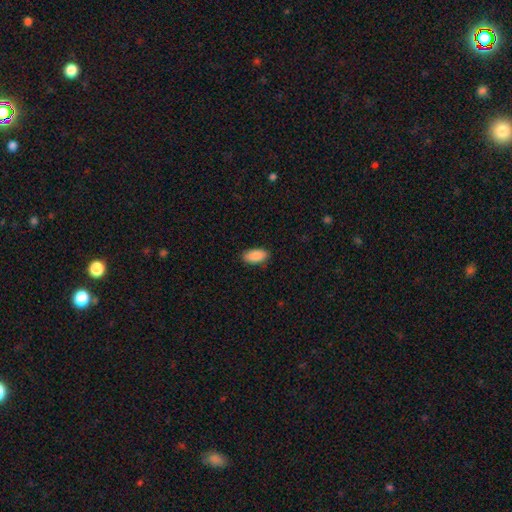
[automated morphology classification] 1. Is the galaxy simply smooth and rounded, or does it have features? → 90% smooth, 6% star or artifact, 4% featured or disk.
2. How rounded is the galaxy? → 93% in between, 5% cigar-shaped, 2% round.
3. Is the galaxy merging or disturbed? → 87% none, 10% minor disturbance, 2% major disturbance, 1% merger.